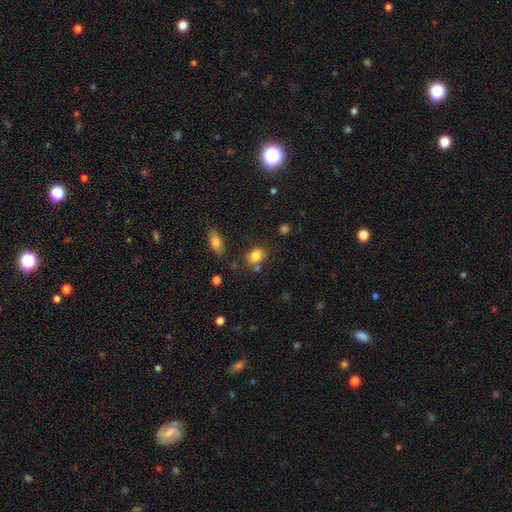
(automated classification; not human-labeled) smooth 81%, star or artifact 10%, featured or disk 9%. Down the decision tree: how rounded — in between (65%); merging — none (65%).